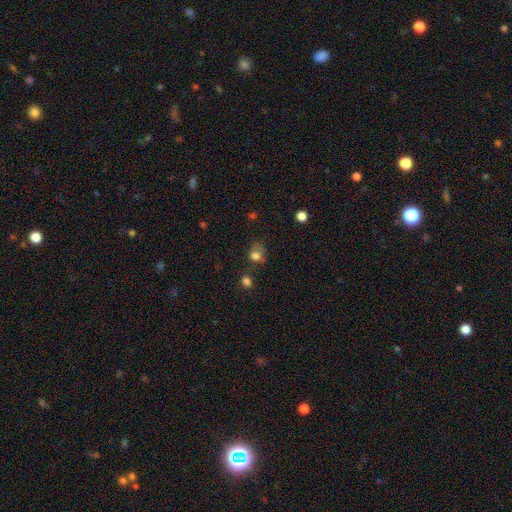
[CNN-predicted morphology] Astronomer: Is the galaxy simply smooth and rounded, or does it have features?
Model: smooth — 77%.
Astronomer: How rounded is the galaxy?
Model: round — 61% (runner-up: in between, 38%).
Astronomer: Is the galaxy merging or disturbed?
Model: none — 46% (runner-up: minor disturbance, 29%).